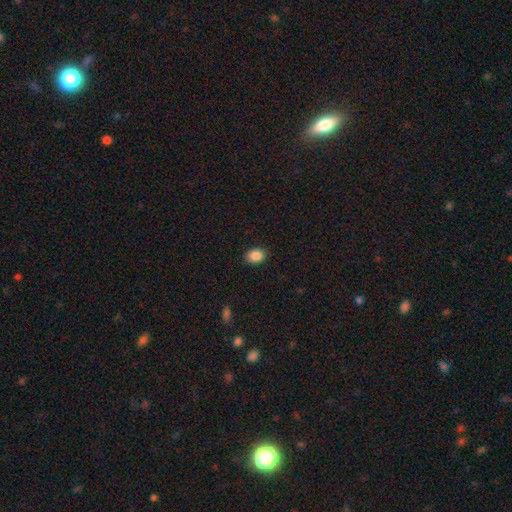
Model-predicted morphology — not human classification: A smooth galaxy with no disk features (87%) that is in between round and cigar-shaped (63%). Merging: none (89%).